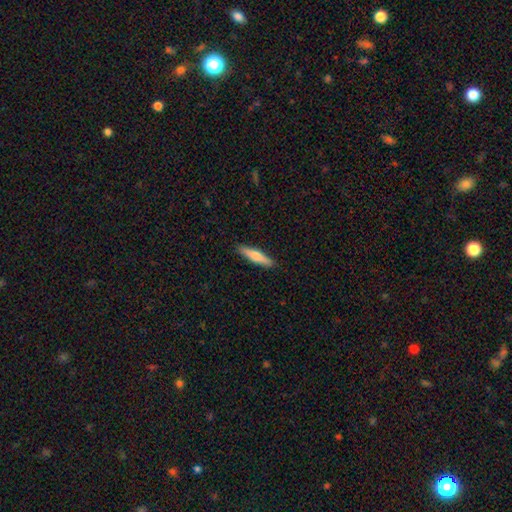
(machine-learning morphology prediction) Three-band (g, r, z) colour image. It shows a smooth galaxy with no disk features (61%) that is cigar-shaped (80%). Merging: none (91%).